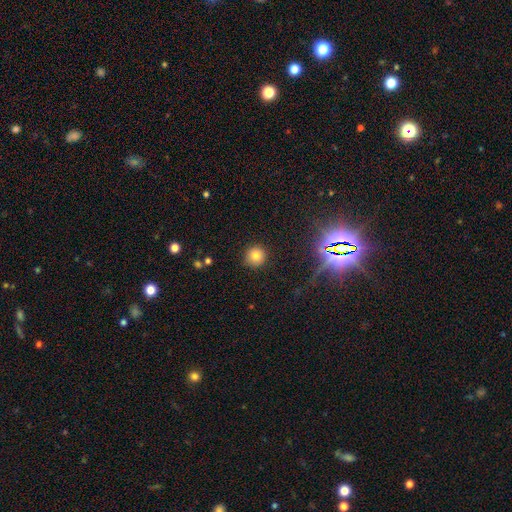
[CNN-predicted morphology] This is likely a smooth galaxy (78%). How rounded: clearly round (94%). Merging: clearly none (89%).